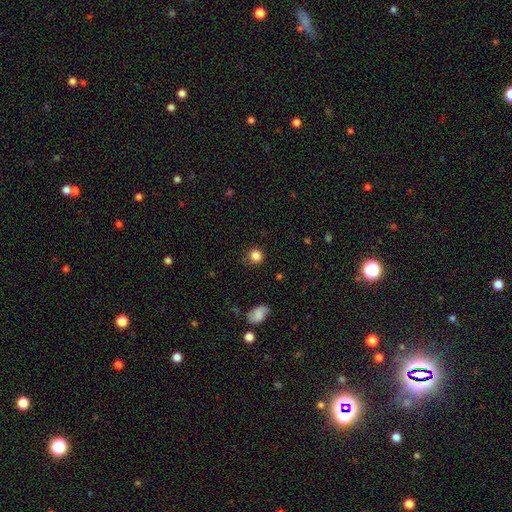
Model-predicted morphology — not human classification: Smooth or featured?
  - smooth: 85% *
  - star or artifact: 11%
  - featured or disk: 5%
How rounded?
  - round: 86% *
  - in between: 13%
  - cigar-shaped: 1%
Merging?
  - none: 78% *
  - minor disturbance: 16%
  - major disturbance: 4%
  - merger: 2%